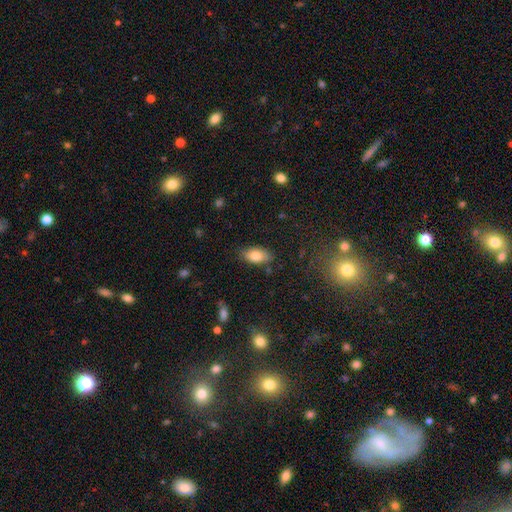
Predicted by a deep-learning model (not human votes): This appears to be a smooth galaxy with no disk features (82%) that is in between round and cigar-shaped (91%). Merging: none (80%).